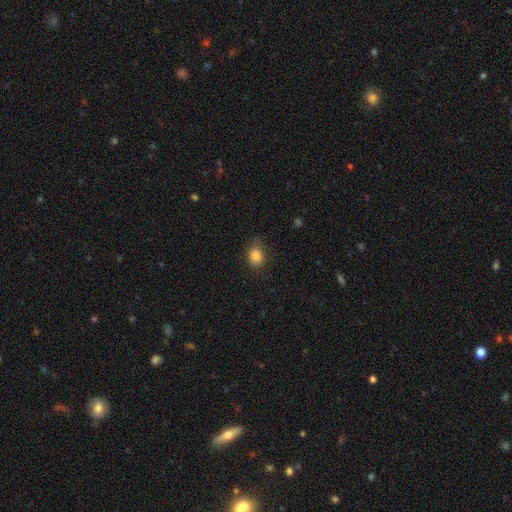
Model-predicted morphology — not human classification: smooth_or_featured: smooth (p=0.85) [alt: star or artifact p=0.10]
how_rounded: in between (p=0.53) [alt: round p=0.46]
merging: none (p=0.78) [alt: minor disturbance p=0.17]